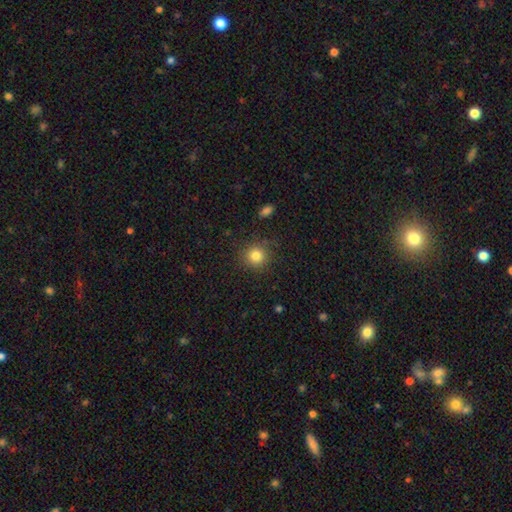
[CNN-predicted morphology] A smooth galaxy with no disk features (83%) that is round (92%). Merging: none (87%).